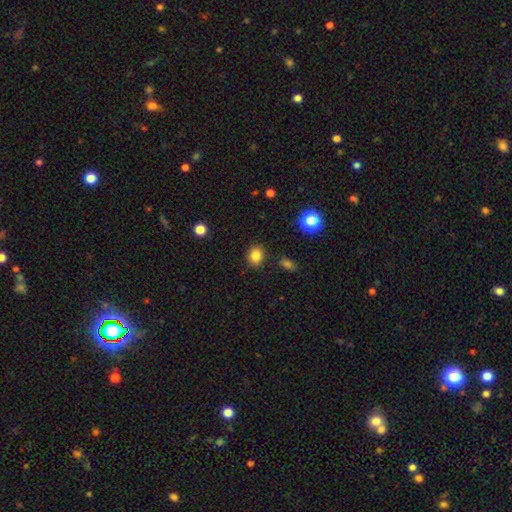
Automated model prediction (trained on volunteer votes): smooth 83%, star or artifact 12%, featured or disk 5%. Down the decision tree: how rounded — round (66%); merging — none (87%).